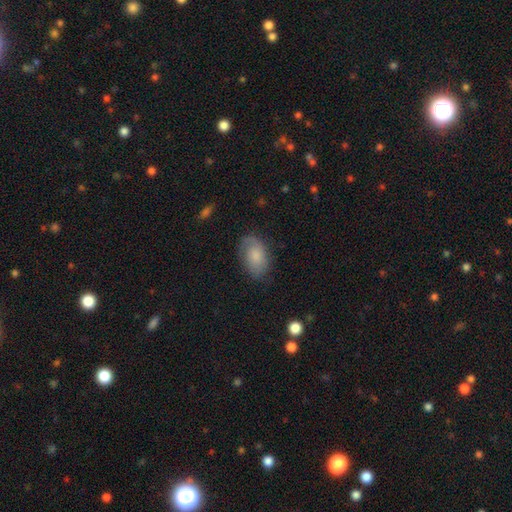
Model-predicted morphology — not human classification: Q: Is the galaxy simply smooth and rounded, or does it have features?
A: smooth — 62%.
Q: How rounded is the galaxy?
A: in between — 89%.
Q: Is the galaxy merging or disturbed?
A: none — 69%.